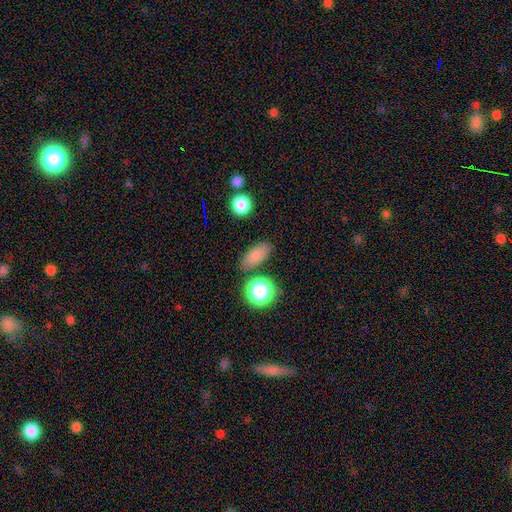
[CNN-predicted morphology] A smooth galaxy with no disk features (78%) that is in between round and cigar-shaped (77%).

Vote fractions:
- Smooth or featured? smooth: 78% / star or artifact: 13% / featured or disk: 9%
- How rounded? in between: 77% / round: 12% / cigar-shaped: 10%
- Merging? none: 81% / minor disturbance: 11% / merger: 4% / major disturbance: 3%